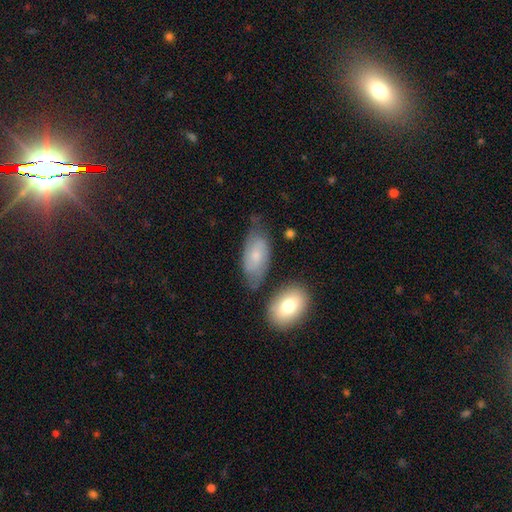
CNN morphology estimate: Smooth or featured? Predicted: smooth (p=0.53). How rounded? Predicted: in between (p=0.90). Merging? Predicted: none (p=0.55).